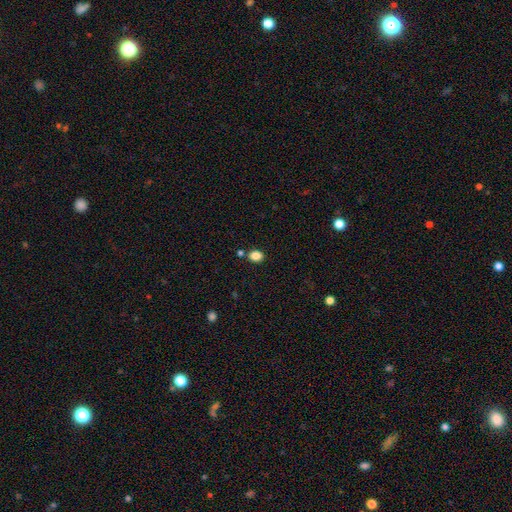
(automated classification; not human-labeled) The model was most divided on "how rounded": in between: 54%, round: 45%, cigar-shaped: 1%. More confident: smooth or featured — smooth (85%); merging — none (79%).